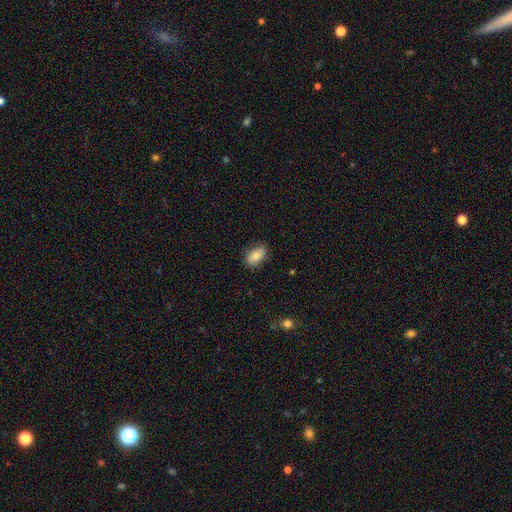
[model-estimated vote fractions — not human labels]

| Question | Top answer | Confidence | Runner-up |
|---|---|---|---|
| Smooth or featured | smooth | 78% | featured or disk (15%) |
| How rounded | in between | 91% | round (6%) |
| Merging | none | 84% | minor disturbance (12%) |